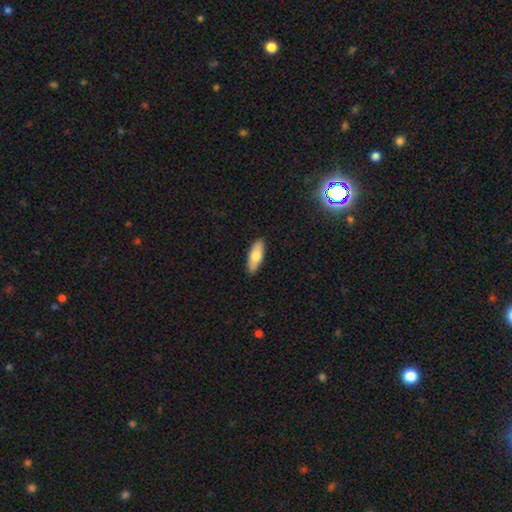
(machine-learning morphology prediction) Smooth or featured: smooth — 75% (featured or disk — 19%)
How rounded: in between — 70% (cigar-shaped — 28%)
Merging: none — 89% (minor disturbance — 8%)